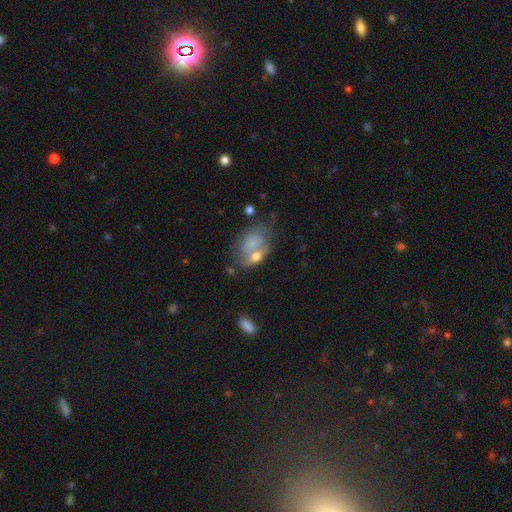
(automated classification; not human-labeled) Q: Smooth or featured?
A: smooth (64%); runner-up: featured or disk (27%)
Q: How rounded?
A: in between (80%); runner-up: round (18%)
Q: Merging?
A: merger (40%); runner-up: none (28%)